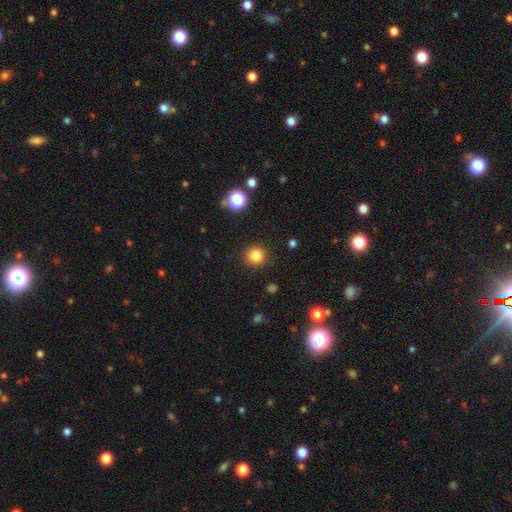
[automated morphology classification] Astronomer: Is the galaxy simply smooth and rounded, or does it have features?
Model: smooth — 83%.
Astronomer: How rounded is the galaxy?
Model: round — 93%.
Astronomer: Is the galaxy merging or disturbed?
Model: none — 90%.